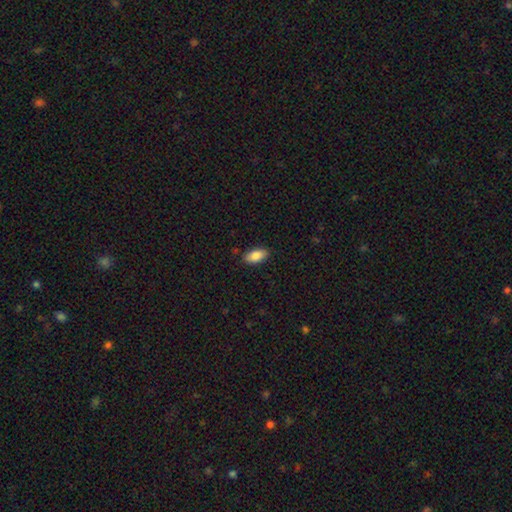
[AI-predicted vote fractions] Q: Smooth or featured?
A: smooth (87%); runner-up: star or artifact (7%)
Q: How rounded?
A: in between (92%); runner-up: cigar-shaped (6%)
Q: Merging?
A: none (87%); runner-up: minor disturbance (10%)